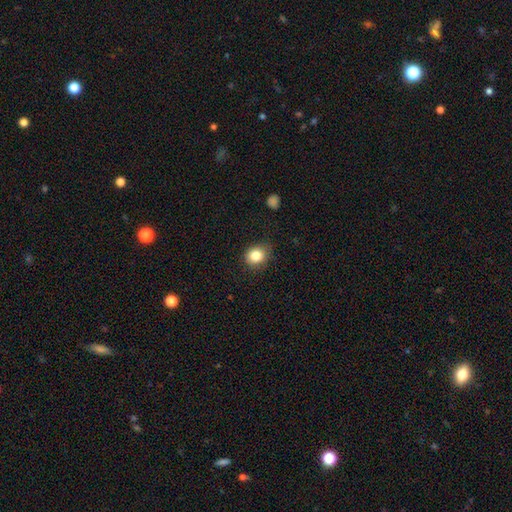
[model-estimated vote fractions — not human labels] Smooth or featured: smooth — 83% (star or artifact — 10%)
How rounded: round — 66% (in between — 33%)
Merging: none — 80% (minor disturbance — 15%)